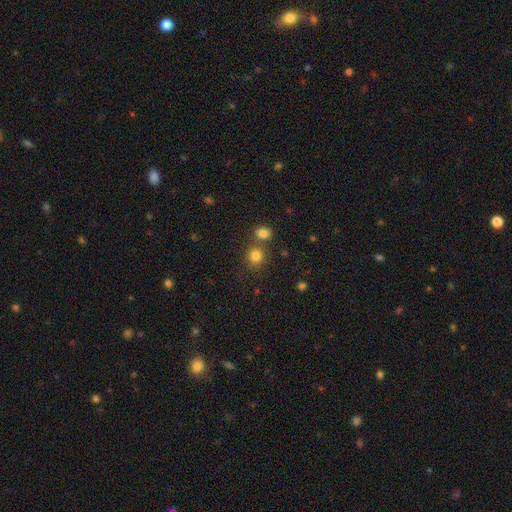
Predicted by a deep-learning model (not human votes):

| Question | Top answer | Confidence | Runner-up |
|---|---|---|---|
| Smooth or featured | smooth | 82% | star or artifact (13%) |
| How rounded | round | 82% | in between (17%) |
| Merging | none | 64% | merger (25%) |